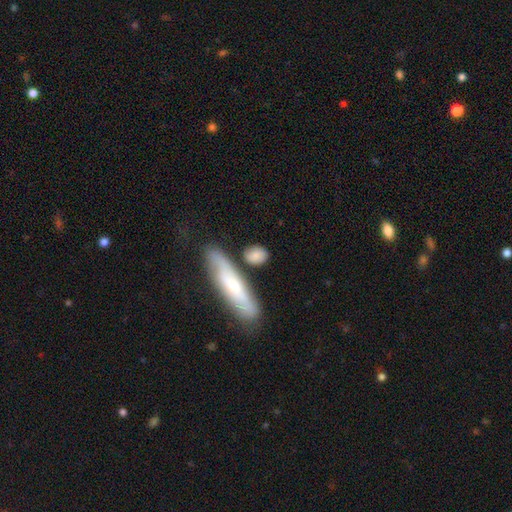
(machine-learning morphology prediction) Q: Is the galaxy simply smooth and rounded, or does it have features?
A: smooth — 78%.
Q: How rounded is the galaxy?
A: in between — 53%.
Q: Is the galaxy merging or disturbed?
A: none — 70%.